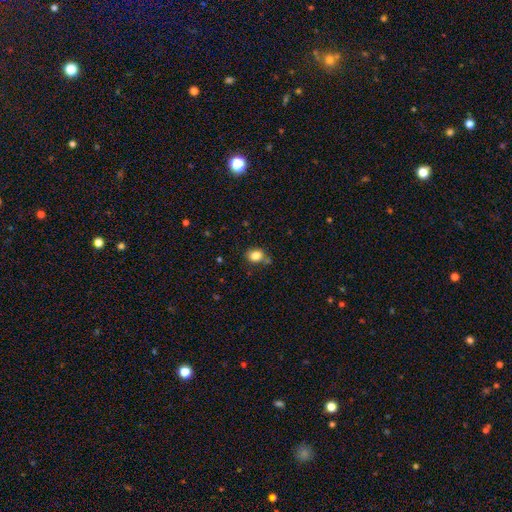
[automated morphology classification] This appears to be a smooth galaxy with no disk features (83%) that is round (54%). Merging: none (69%).